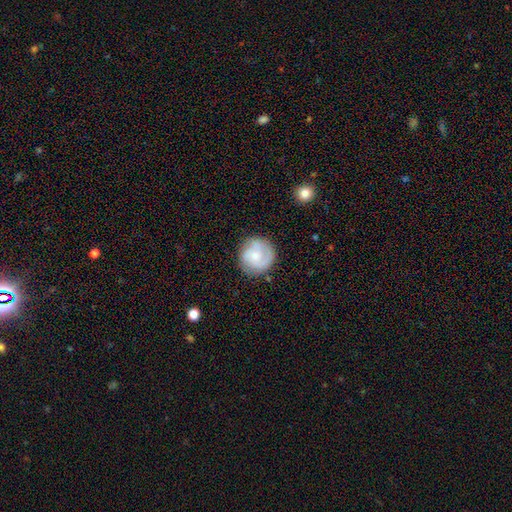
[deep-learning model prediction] Smooth or featured?
  - featured or disk: 56% *
  - smooth: 38%
  - star or artifact: 6%
Edge-on disk?
  - no: 98% *
  - yes: 2%
Bar?
  - no: 66% *
  - weak: 30%
  - strong: 4%
Spiral arms?
  - yes: 87% *
  - no: 13%
Bulge size?
  - small: 51% *
  - moderate: 39%
  - none: 5%
  - large: 3%
  - dominant: 1%
Merging?
  - none: 78% *
  - minor disturbance: 15%
  - major disturbance: 5%
  - merger: 2%